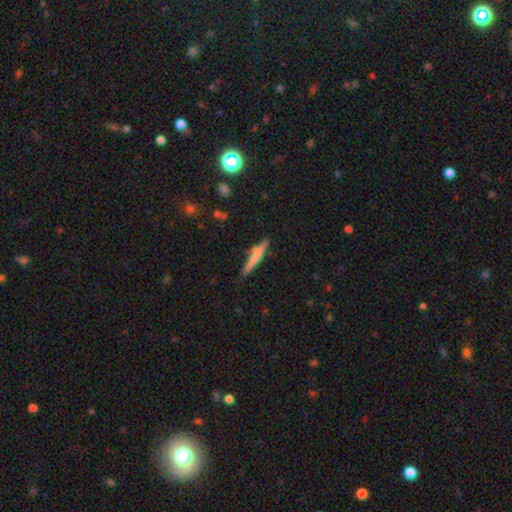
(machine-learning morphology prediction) The model was most divided on "smooth or featured": smooth: 63%, featured or disk: 31%, star or artifact: 7%. More confident: how rounded — cigar-shaped (92%); merging — none (72%).